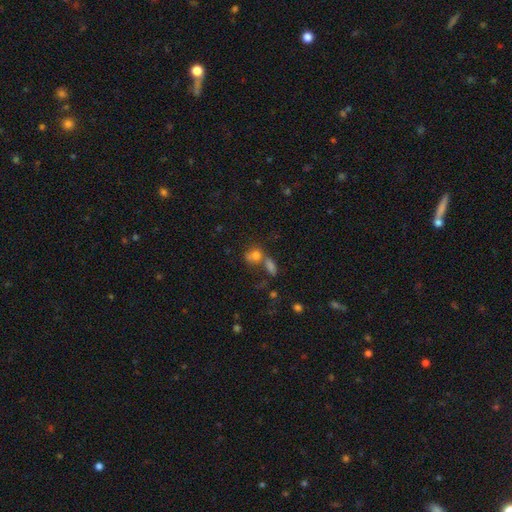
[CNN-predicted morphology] A smooth galaxy with no disk features (72%) that is round (57%).

Vote fractions:
- Smooth or featured? smooth: 72% / star or artifact: 14% / featured or disk: 14%
- How rounded? round: 57% / in between: 41% / cigar-shaped: 3%
- Merging? merger: 50% / none: 32% / minor disturbance: 10% / major disturbance: 8%